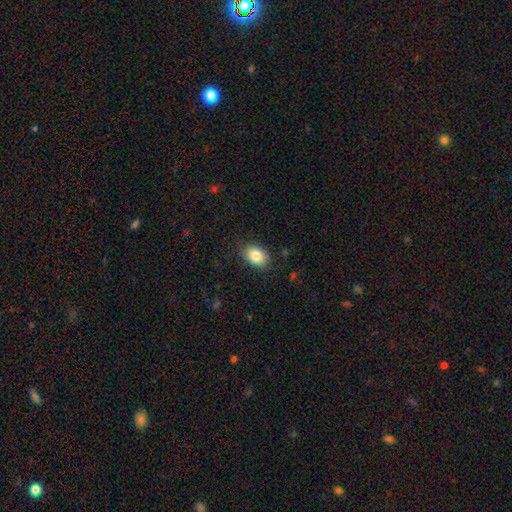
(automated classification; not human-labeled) smooth-or-featured: smooth: 85% | star or artifact: 8% | featured or disk: 7%
  how-rounded: in between: 77% | round: 22% | cigar-shaped: 1%
  merging: none: 83% | minor disturbance: 13% | major disturbance: 3% | merger: 1%